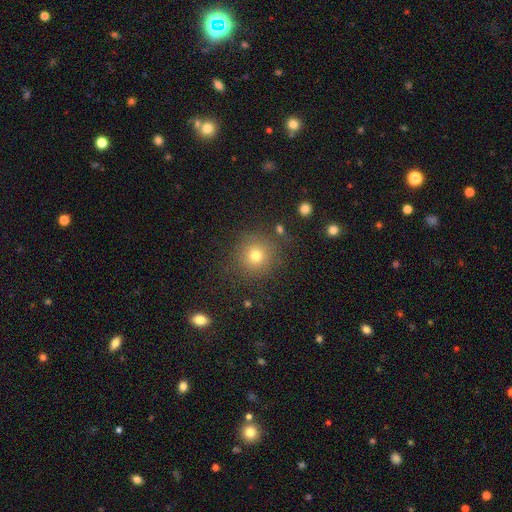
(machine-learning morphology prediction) smooth 74%, star or artifact 16%, featured or disk 10%. Down the decision tree: how rounded — round (93%); merging — none (85%).